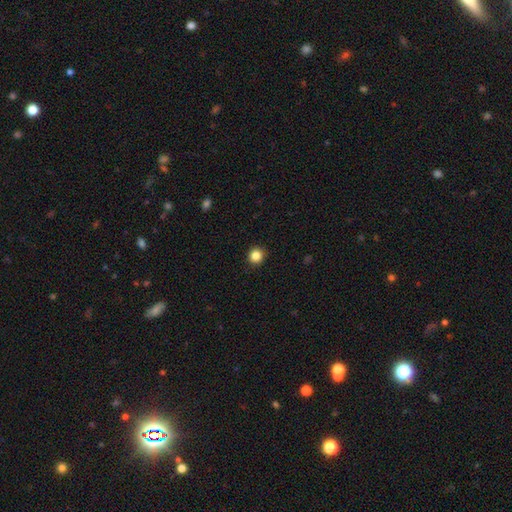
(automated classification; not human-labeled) smooth 85%, star or artifact 11%, featured or disk 4%. Down the decision tree: how rounded — round (93%); merging — none (93%).